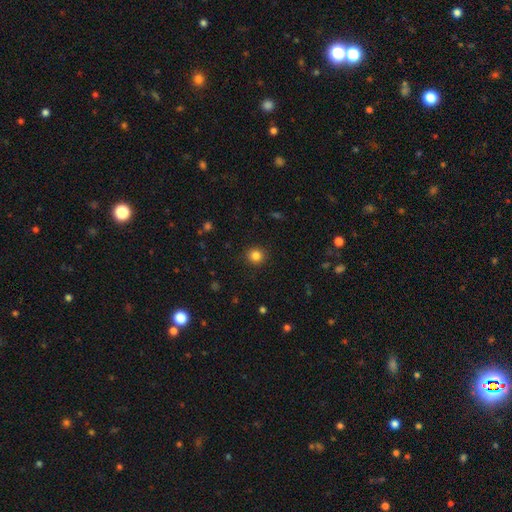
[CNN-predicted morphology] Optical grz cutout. It shows a smooth galaxy with no disk features (84%) that is round (90%). Merging: none (91%).